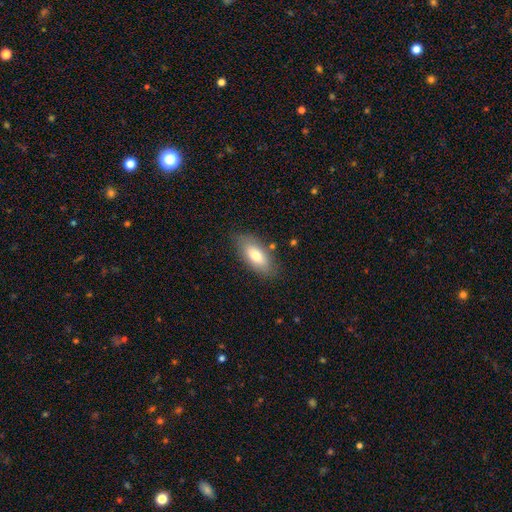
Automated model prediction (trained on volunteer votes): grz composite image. It shows a smooth galaxy with no disk features (74%) that is in between round and cigar-shaped (84%). Merging: none (80%).